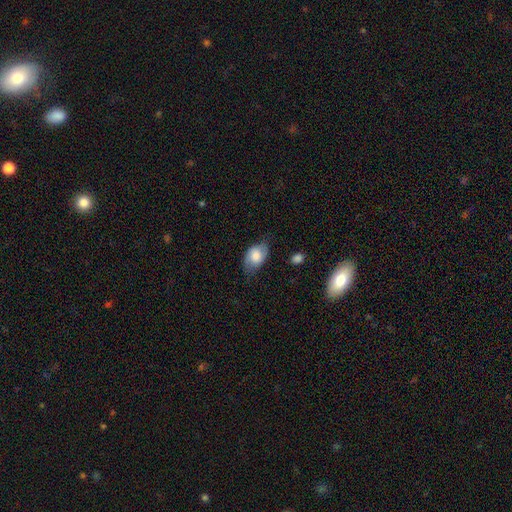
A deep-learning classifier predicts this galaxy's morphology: The model was most divided on "merging": none: 64%, minor disturbance: 26%, major disturbance: 8%, merger: 2%. More confident: how rounded — in between (87%); smooth or featured — smooth (69%).